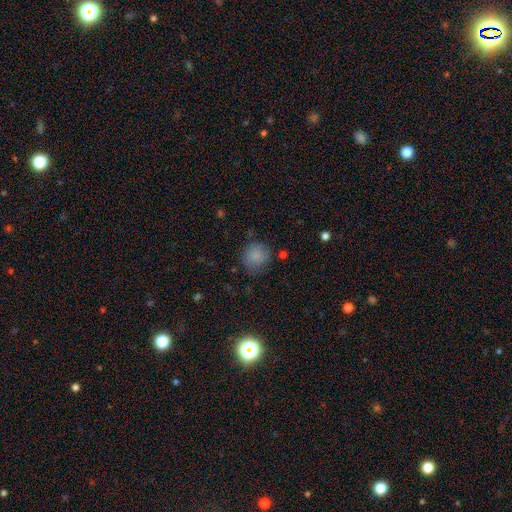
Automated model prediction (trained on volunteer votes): Smooth or featured?
  - smooth: 83% *
  - star or artifact: 10%
  - featured or disk: 7%
How rounded?
  - round: 88% *
  - in between: 11%
  - cigar-shaped: 1%
Merging?
  - none: 73% *
  - minor disturbance: 19%
  - major disturbance: 6%
  - merger: 2%